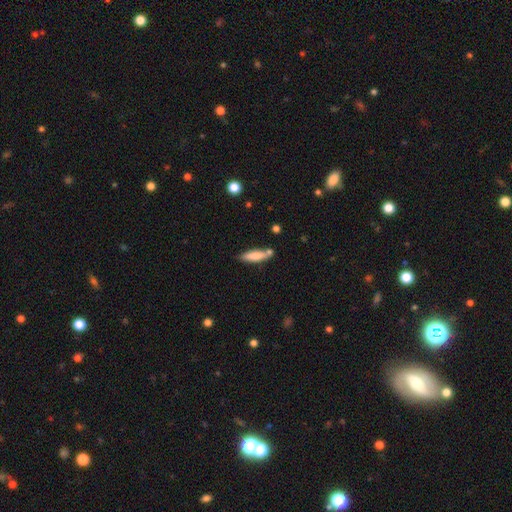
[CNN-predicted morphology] type=smooth (75%); roundness=cigar-shaped (67%); merging=none (68%).